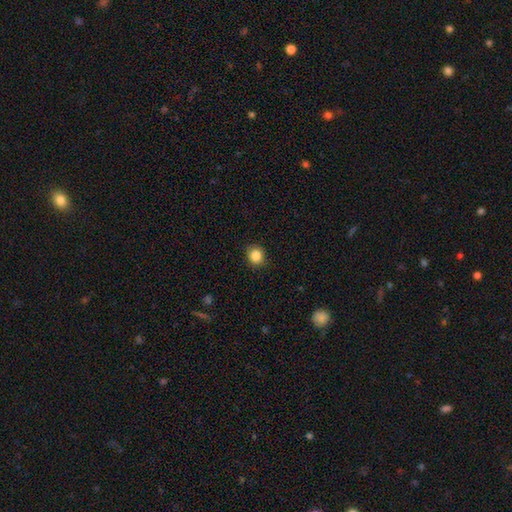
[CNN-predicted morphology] Overall: smooth (85%). How rounded: round (84%). Merging: none (90%).